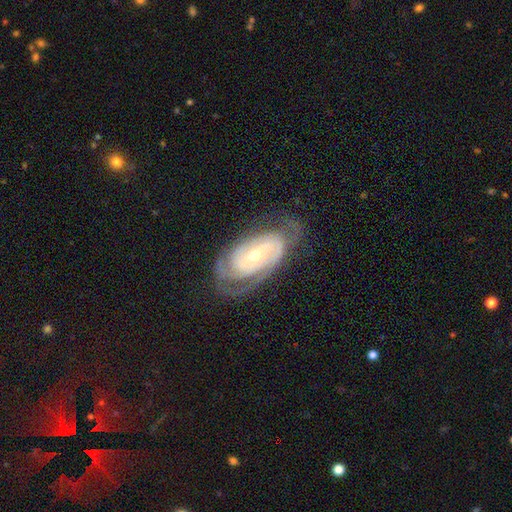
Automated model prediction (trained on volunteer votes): smooth_or_featured: featured or disk (p=0.85) [alt: smooth p=0.10]
disk_edge_on: no (p=0.95) [alt: yes p=0.05]
bar: no (p=0.52) [alt: weak p=0.32]
has_spiral_arms: yes (p=0.93) [alt: no p=0.07]
spiral_winding: tight (p=0.65) [alt: medium p=0.28]
spiral_arm_count: 2 (p=0.40) [alt: can't tell p=0.31]
bulge_size: small (p=0.57) [alt: moderate p=0.40]
merging: none (p=0.64) [alt: minor disturbance p=0.22]